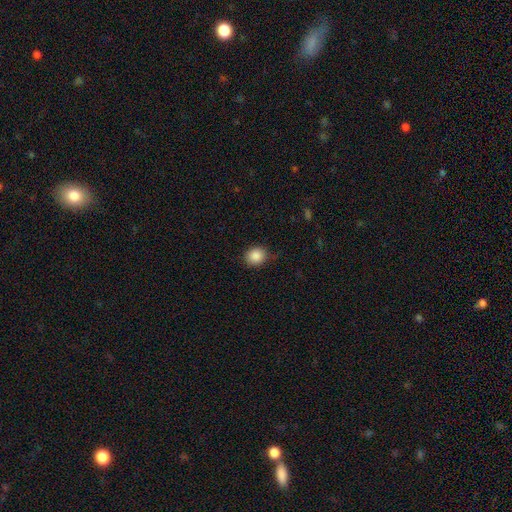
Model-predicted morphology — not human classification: Q: Smooth or featured?
A: smooth (87%); runner-up: star or artifact (9%)
Q: How rounded?
A: round (72%); runner-up: in between (27%)
Q: Merging?
A: none (82%); runner-up: minor disturbance (14%)